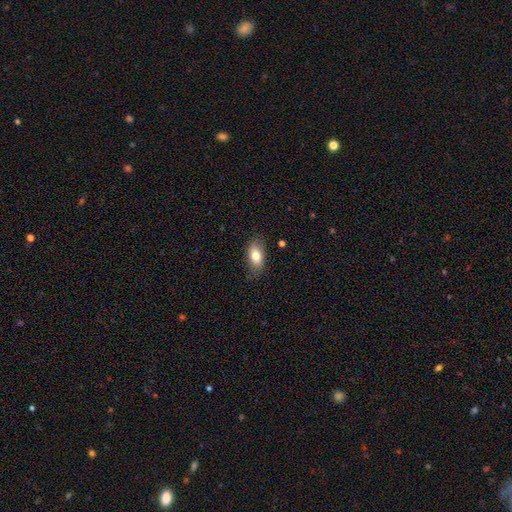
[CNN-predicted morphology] This appears to be a smooth galaxy with no disk features (77%) that is in between round and cigar-shaped (90%). Merging: none (78%).